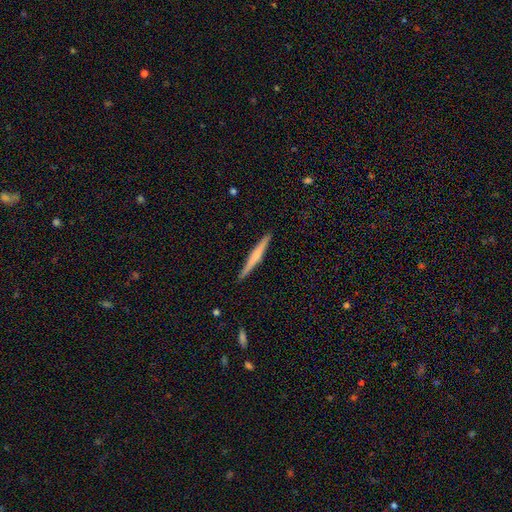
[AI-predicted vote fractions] smooth-or-featured: featured or disk: 50% | smooth: 44% | star or artifact: 6%
  disk-edge-on: yes: 98% | no: 2%
  merging: none: 92% | minor disturbance: 6% | major disturbance: 1% | merger: 1%